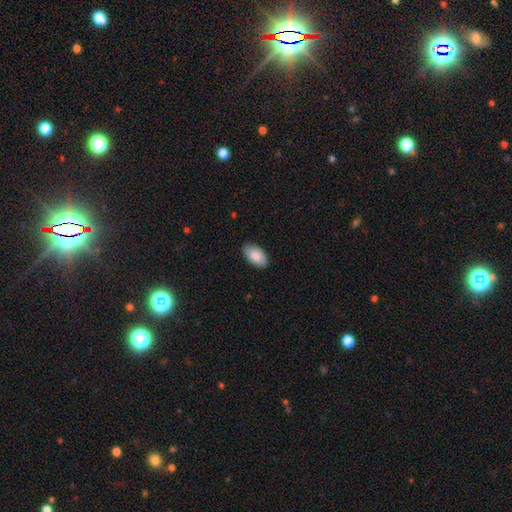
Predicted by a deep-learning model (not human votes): smooth_or_featured: smooth (p=0.86) [alt: featured or disk p=0.08]
how_rounded: in between (p=0.95) [alt: round p=0.03]
merging: none (p=0.88) [alt: minor disturbance p=0.10]